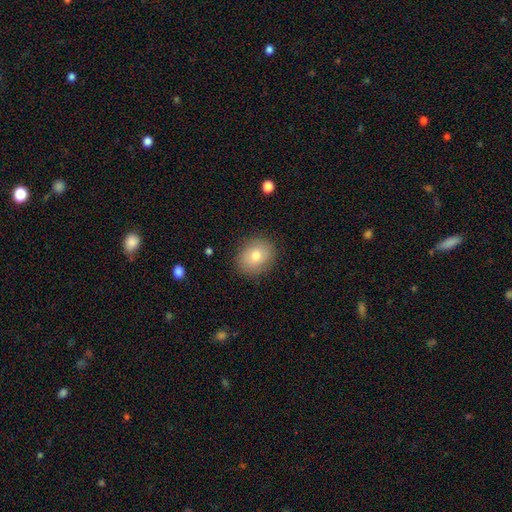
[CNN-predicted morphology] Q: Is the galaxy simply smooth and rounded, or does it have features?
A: smooth — 77%.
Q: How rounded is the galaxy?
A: round — 57%.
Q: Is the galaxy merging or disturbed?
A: none — 86%.